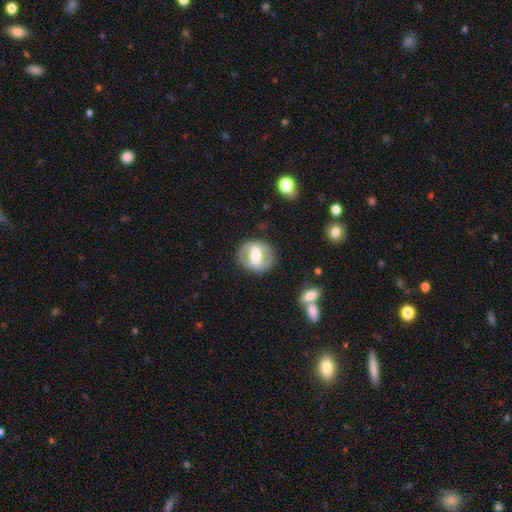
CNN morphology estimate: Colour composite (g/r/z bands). It shows a featured or disk galaxy (63%) with a strong bar (59%), spiral arms (50%, tied with no) and a moderate central bulge (53%). Merging: none (81%).